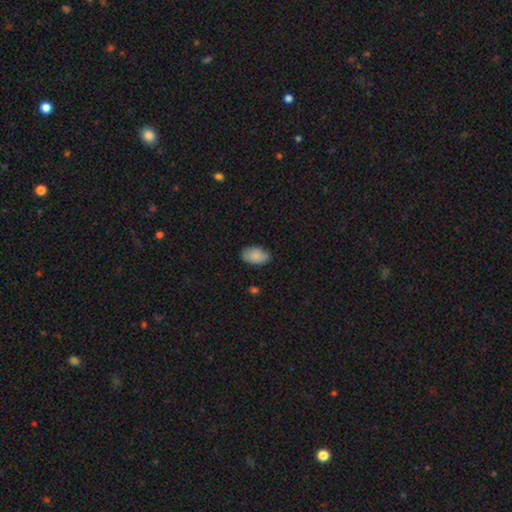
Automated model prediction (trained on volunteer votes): Overall: smooth (88%). How rounded: in between (93%). Merging: none (82%).